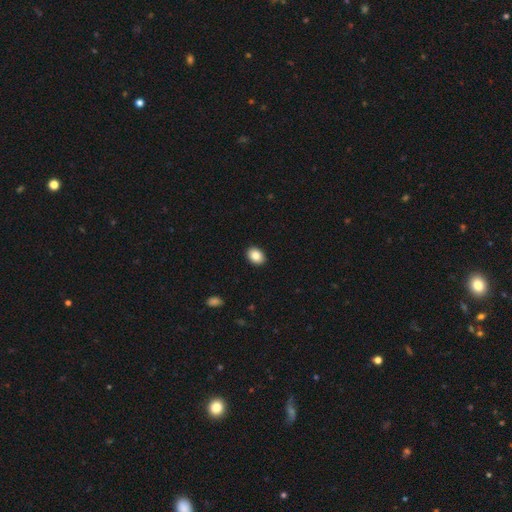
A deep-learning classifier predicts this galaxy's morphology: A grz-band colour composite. It shows a smooth galaxy with no disk features (88%) that is in between round and cigar-shaped (73%). Merging: none (91%).